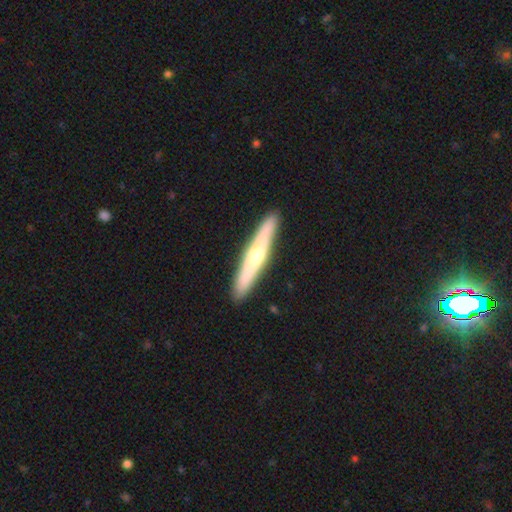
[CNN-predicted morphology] A featured or disk galaxy (58%) viewed edge-on (93%) with a rounded central bulge (78%). Merging: none (91%).